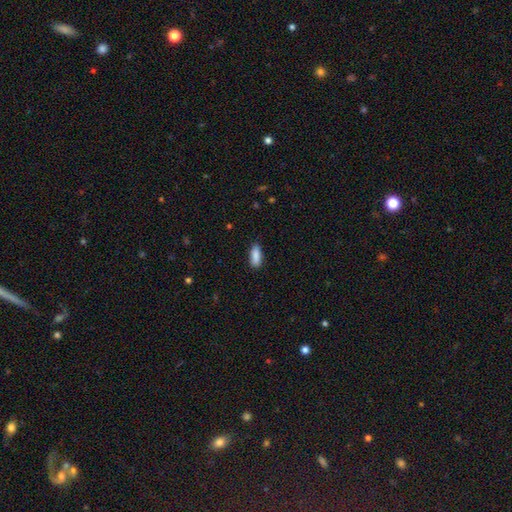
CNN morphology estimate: This is clearly a smooth galaxy (89%). How rounded: likely in between (72%). Merging: clearly none (85%).